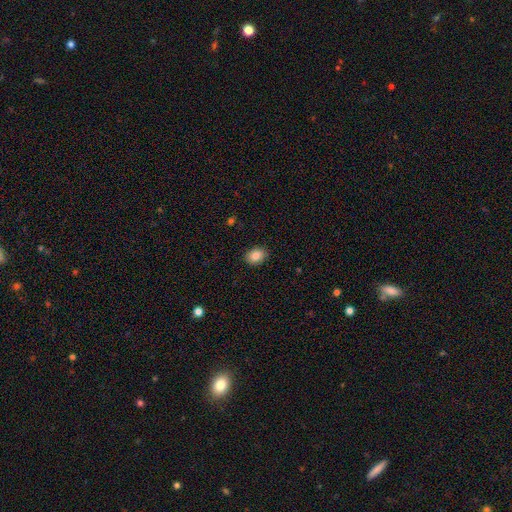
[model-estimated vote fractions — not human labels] The model was most divided on "how rounded": in between: 61%, round: 38%, cigar-shaped: 1%. More confident: merging — none (88%); smooth or featured — smooth (84%).